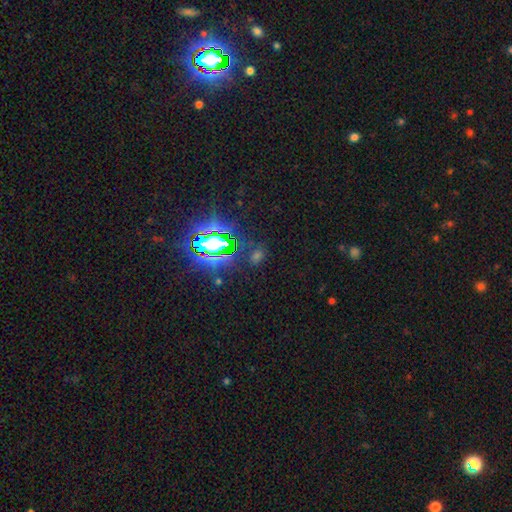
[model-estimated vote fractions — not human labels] Overall: star or artifact (64%; smooth 27%).